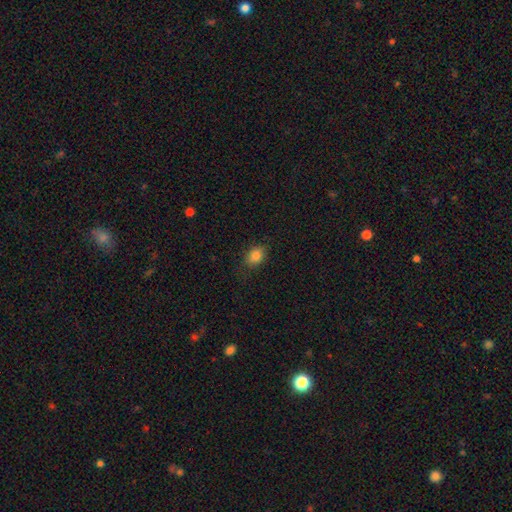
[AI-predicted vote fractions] smooth_or_featured: smooth (p=0.84) [alt: star or artifact p=0.10]
how_rounded: in between (p=0.72) [alt: round p=0.27]
merging: none (p=0.80) [alt: minor disturbance p=0.15]